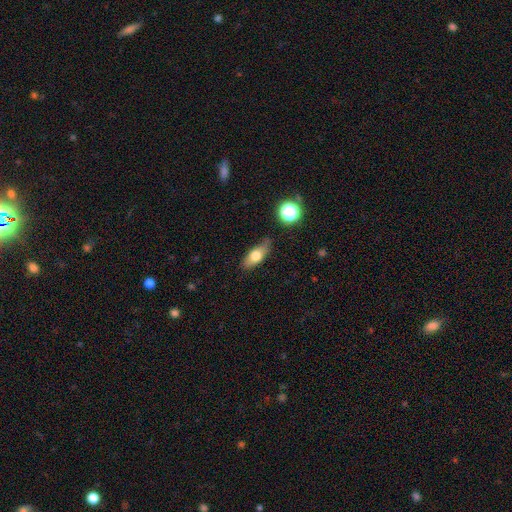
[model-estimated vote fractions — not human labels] Q: Smooth or featured?
A: smooth (69%); runner-up: featured or disk (22%)
Q: How rounded?
A: in between (72%); runner-up: cigar-shaped (22%)
Q: Merging?
A: none (71%); runner-up: minor disturbance (22%)